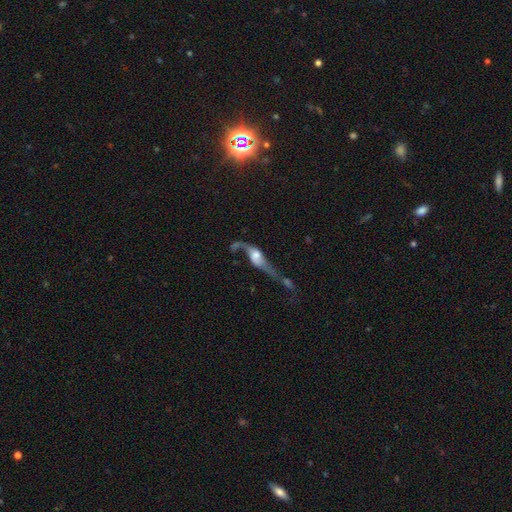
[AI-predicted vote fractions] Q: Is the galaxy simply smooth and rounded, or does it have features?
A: featured or disk — 68%.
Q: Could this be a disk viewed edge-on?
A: no — 77%.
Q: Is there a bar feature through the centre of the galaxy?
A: no — 67%.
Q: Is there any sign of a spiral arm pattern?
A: yes — 71%.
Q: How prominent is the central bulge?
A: moderate — 46%.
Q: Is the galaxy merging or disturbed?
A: merger — 41%.